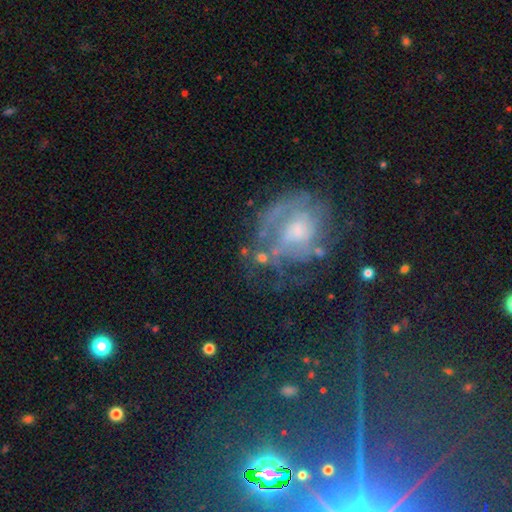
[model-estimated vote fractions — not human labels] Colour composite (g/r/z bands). It shows a featured or disk galaxy (64%) with no bar (70%), spiral arms (65%) and a moderate central bulge (42%). Merging: none (49%).